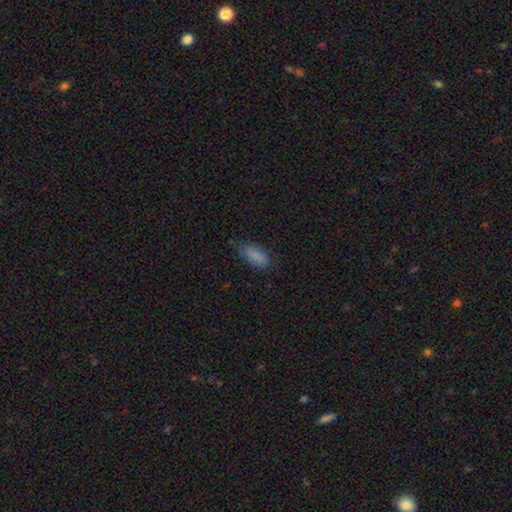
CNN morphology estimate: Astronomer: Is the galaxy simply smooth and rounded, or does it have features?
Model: smooth — 83%.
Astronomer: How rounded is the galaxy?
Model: in between — 78%.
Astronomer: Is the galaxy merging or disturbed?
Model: none — 71%.